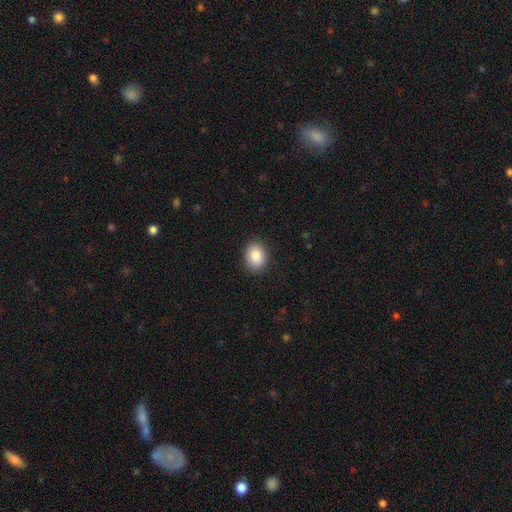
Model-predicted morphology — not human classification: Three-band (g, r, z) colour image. It shows a smooth galaxy with no disk features (88%) that is in between round and cigar-shaped (63%). Merging: none (88%).